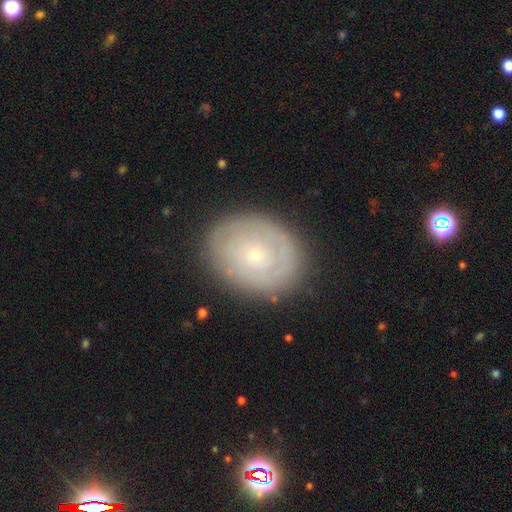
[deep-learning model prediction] Smooth or featured? featured or disk (62%)
Edge-on disk? no (96%)
Bar? no (84%)
Spiral arms? yes (67%)
Bulge size? small (78%)
Merging? none (83%)